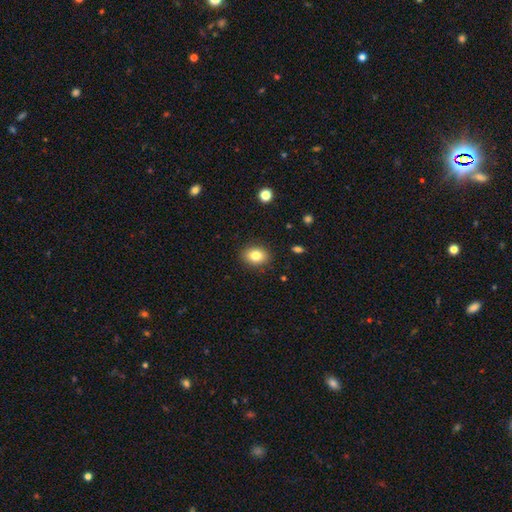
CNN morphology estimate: Smooth or featured: smooth — 82% (star or artifact — 9%)
How rounded: in between — 64% (round — 35%)
Merging: none — 88% (minor disturbance — 9%)